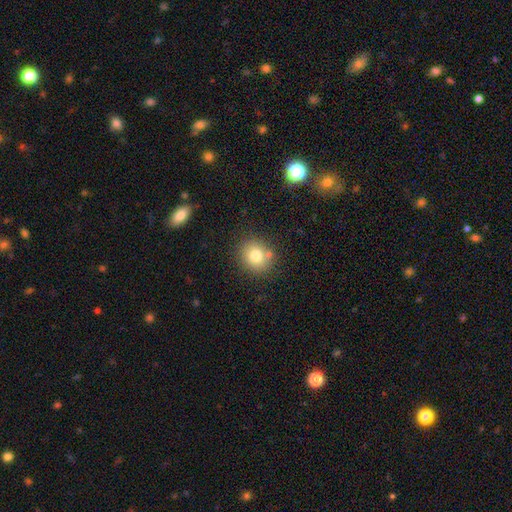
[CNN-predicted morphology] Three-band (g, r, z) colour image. It shows a smooth galaxy with no disk features (79%) that is round (78%). Merging: none (77%).